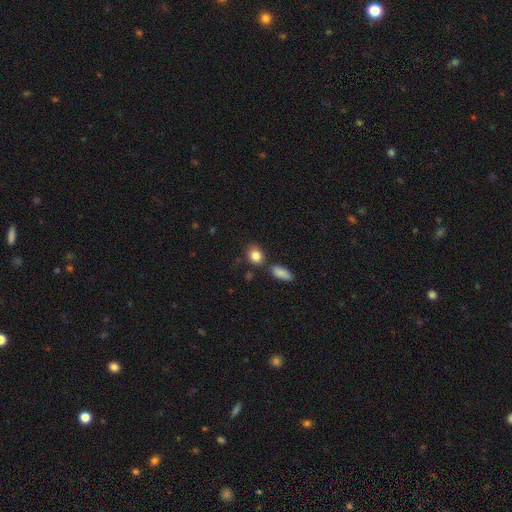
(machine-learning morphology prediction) smooth_or_featured: smooth (p=0.85) [alt: star or artifact p=0.09]
how_rounded: in between (p=0.51) [alt: round p=0.46]
merging: none (p=0.72) [alt: minor disturbance p=0.12]